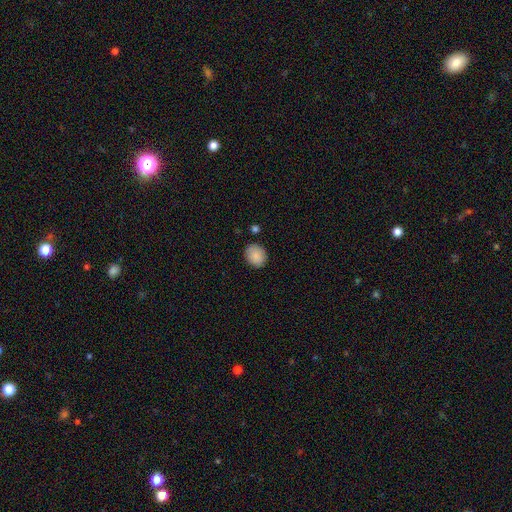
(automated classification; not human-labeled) smooth-or-featured: smooth: 89% | star or artifact: 7% | featured or disk: 4%
  how-rounded: round: 63% | in between: 36% | cigar-shaped: 1%
  merging: none: 83% | minor disturbance: 12% | major disturbance: 3% | merger: 3%